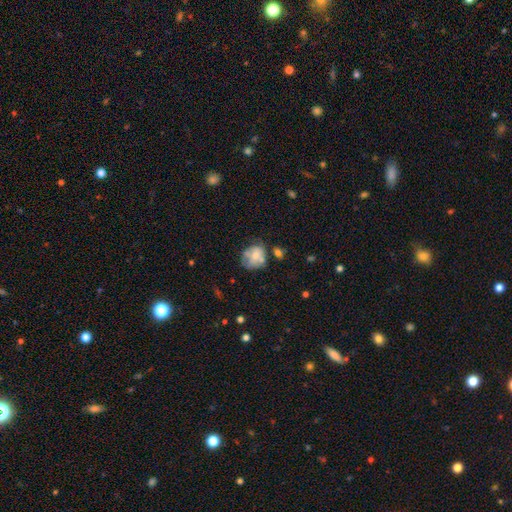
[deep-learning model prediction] A smooth galaxy with no disk features (54%) that is round (53%). Merging: none (40%).